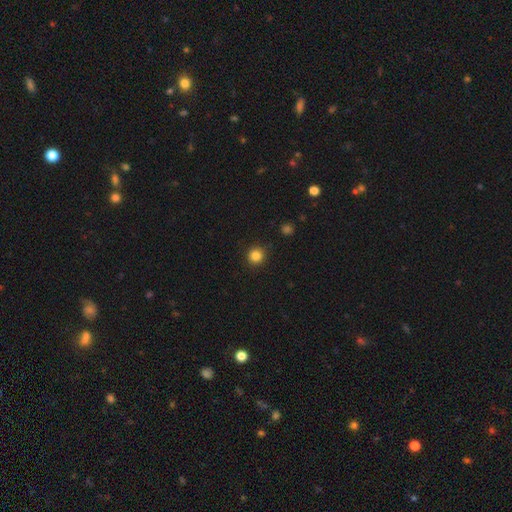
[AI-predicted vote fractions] This appears to be a smooth galaxy with no disk features (84%) that is round (94%). Merging: none (91%).